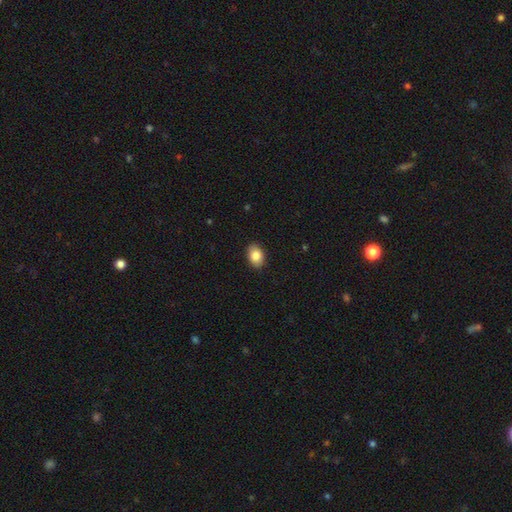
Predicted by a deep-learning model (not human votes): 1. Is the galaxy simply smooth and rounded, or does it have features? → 85% smooth, 8% star or artifact, 7% featured or disk.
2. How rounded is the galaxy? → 80% in between, 19% round, 1% cigar-shaped.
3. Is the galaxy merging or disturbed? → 89% none, 8% minor disturbance, 2% major disturbance, 1% merger.